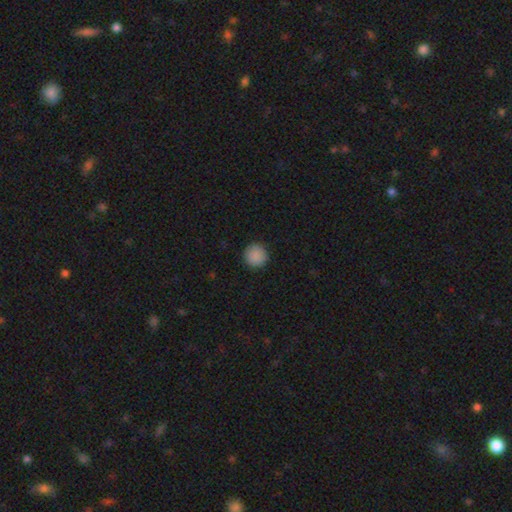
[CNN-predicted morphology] This is clearly a smooth galaxy (89%). How rounded: clearly round (96%). Merging: clearly none (93%).